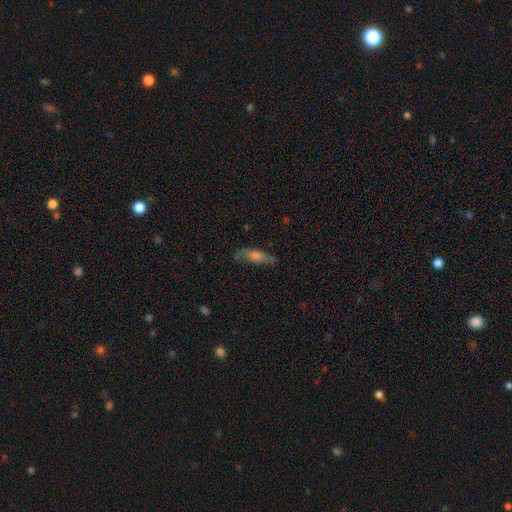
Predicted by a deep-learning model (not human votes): Overall: smooth (48%; featured or disk 42%). Merging: none (76%).